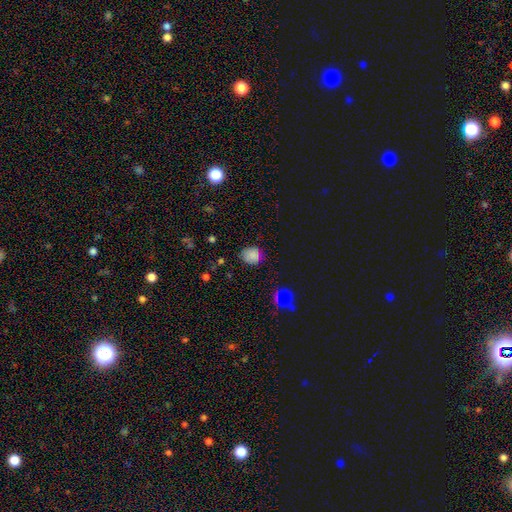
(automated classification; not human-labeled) Overall: smooth (79%). How rounded: round (73%). Merging: none (72%).